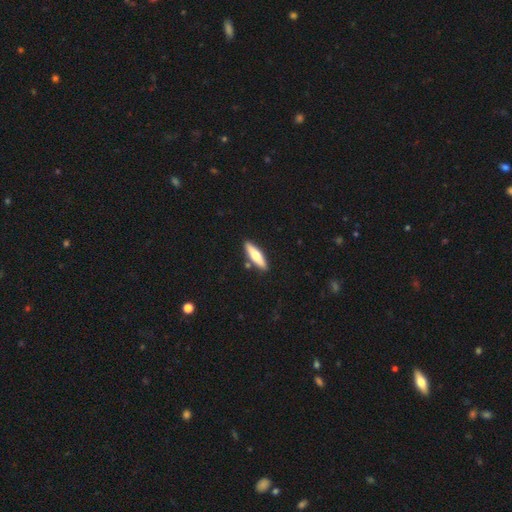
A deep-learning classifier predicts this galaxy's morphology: Smooth or featured?
  - smooth: 59% *
  - featured or disk: 36%
  - star or artifact: 5%
How rounded?
  - cigar-shaped: 68% *
  - in between: 30%
  - round: 2%
Merging?
  - none: 87% *
  - minor disturbance: 8%
  - merger: 4%
  - major disturbance: 2%